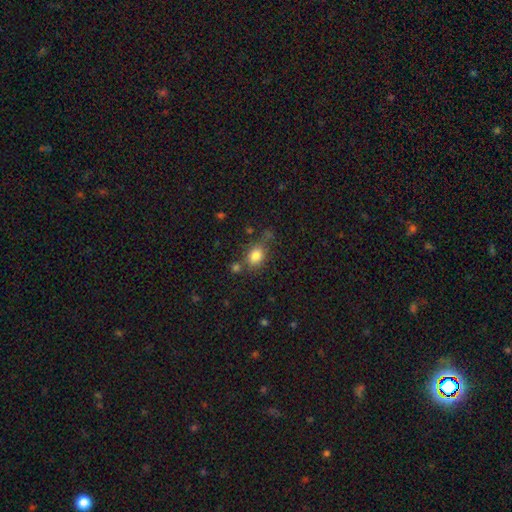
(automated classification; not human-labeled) Smooth or featured?
  - smooth: 81% *
  - star or artifact: 10%
  - featured or disk: 8%
How rounded?
  - in between: 56% *
  - round: 42%
  - cigar-shaped: 2%
Merging?
  - none: 61% *
  - minor disturbance: 20%
  - merger: 12%
  - major disturbance: 7%